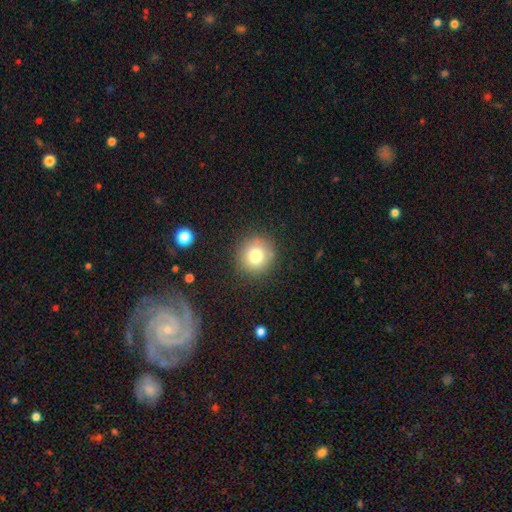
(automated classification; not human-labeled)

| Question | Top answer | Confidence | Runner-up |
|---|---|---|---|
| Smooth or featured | smooth | 77% | star or artifact (12%) |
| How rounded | round | 92% | in between (7%) |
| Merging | none | 88% | minor disturbance (8%) |